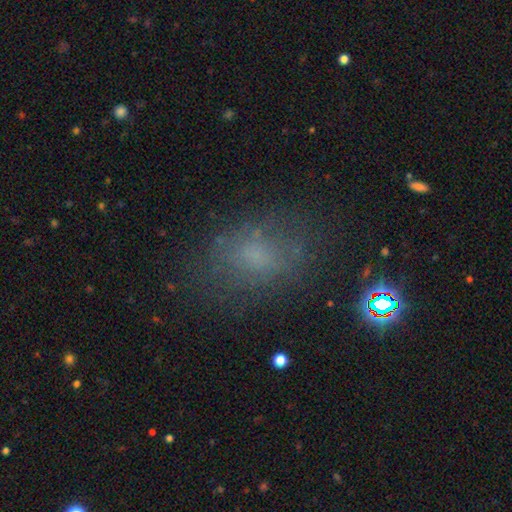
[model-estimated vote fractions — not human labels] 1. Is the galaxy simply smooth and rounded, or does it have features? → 59% smooth, 21% star or artifact, 20% featured or disk.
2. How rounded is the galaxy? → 71% in between, 27% round, 2% cigar-shaped.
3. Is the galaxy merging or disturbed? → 65% none, 19% minor disturbance, 13% major disturbance, 2% merger.